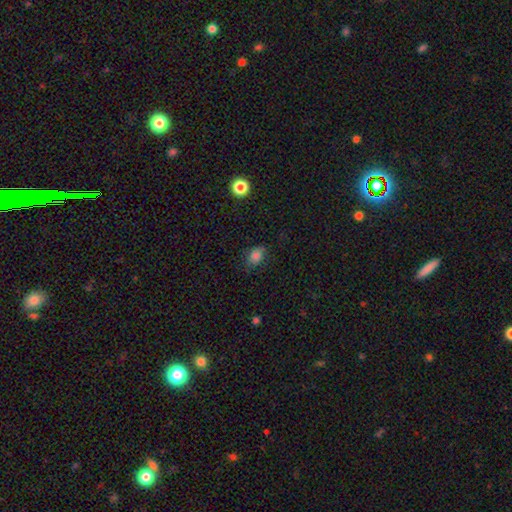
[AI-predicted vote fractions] Q: Smooth or featured?
A: smooth (81%); runner-up: star or artifact (13%)
Q: How rounded?
A: in between (76%); runner-up: round (23%)
Q: Merging?
A: none (68%); runner-up: minor disturbance (23%)